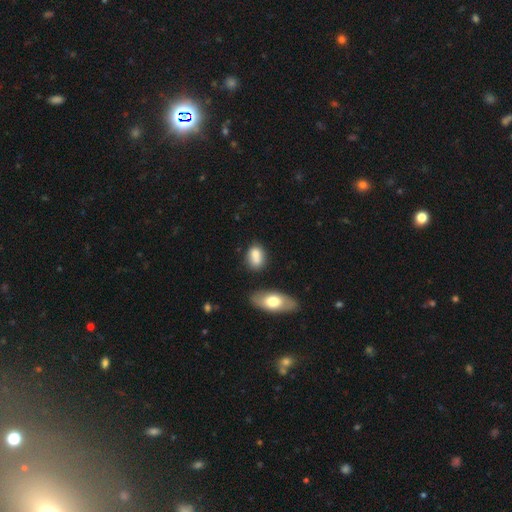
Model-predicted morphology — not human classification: smooth_or_featured: smooth (p=0.79) [alt: featured or disk p=0.12]
how_rounded: in between (p=0.74) [alt: round p=0.23]
merging: none (p=0.54) [alt: merger p=0.21]